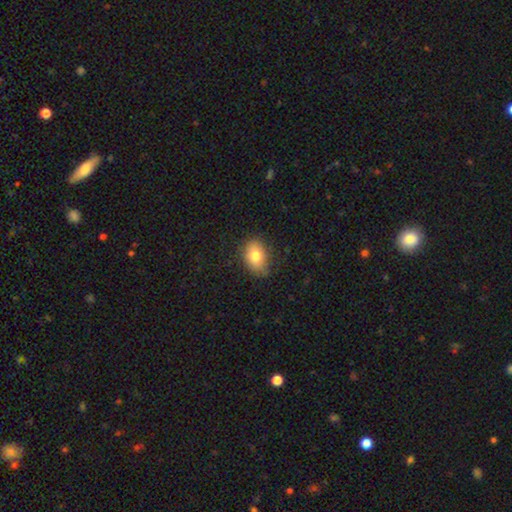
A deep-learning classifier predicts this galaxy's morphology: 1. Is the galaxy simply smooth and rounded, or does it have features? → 77% smooth, 14% featured or disk, 9% star or artifact.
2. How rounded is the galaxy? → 79% in between, 19% round, 1% cigar-shaped.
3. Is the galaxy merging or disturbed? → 81% none, 15% minor disturbance, 3% major disturbance, 1% merger.